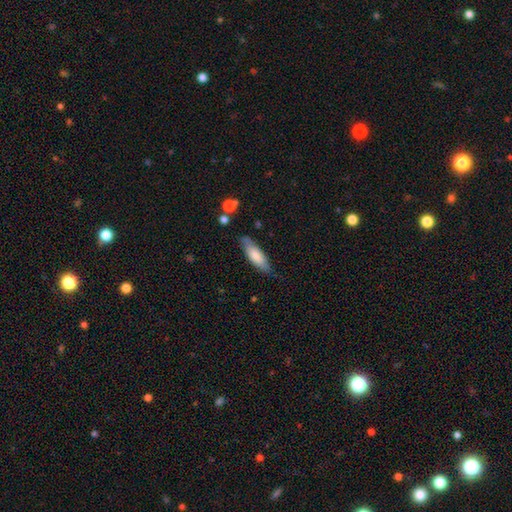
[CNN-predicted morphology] type=smooth (77%); roundness=in between (56%); merging=none (75%).